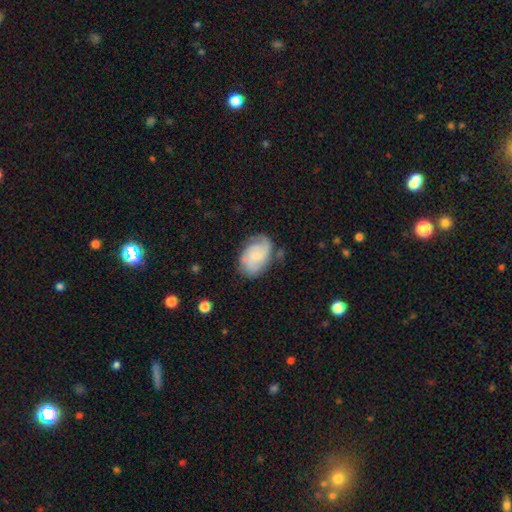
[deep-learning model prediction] Smooth or featured? Predicted: featured or disk (p=0.63). Edge-on disk? Predicted: no (p=0.97). Bar? Predicted: no (p=0.58). Spiral arms? Predicted: yes (p=0.93). Spiral winding? Predicted: medium (p=0.45). Spiral arm count? Predicted: 2 (p=0.43). Bulge size? Predicted: small (p=0.43). Merging? Predicted: none (p=0.69).